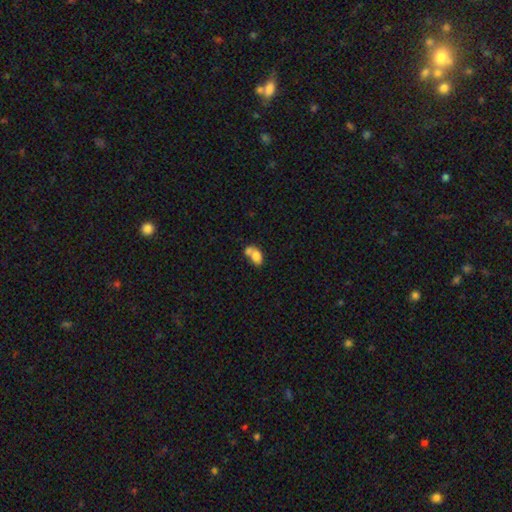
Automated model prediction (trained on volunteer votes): Morphology: type=smooth (75%); roundness=in between (79%); merging=merger (59%).